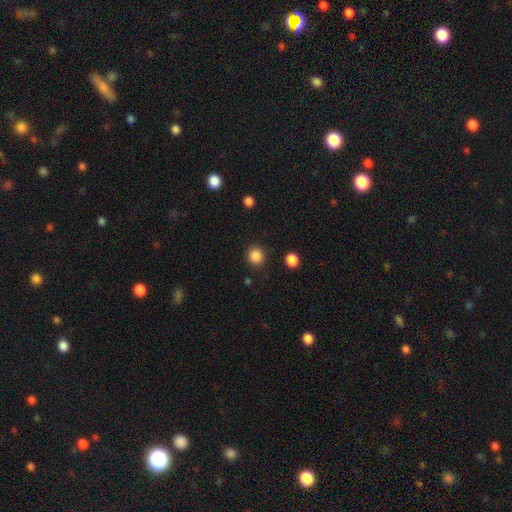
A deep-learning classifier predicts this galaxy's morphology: Smooth or featured? Predicted: smooth (p=0.86). How rounded? Predicted: round (p=0.91). Merging? Predicted: none (p=0.89).